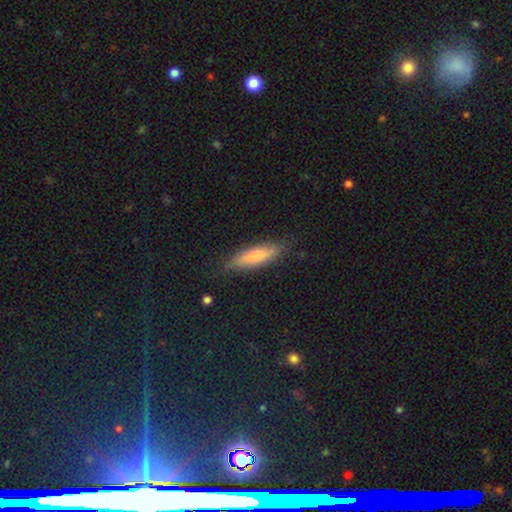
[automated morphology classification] smooth-or-featured: smooth: 72% | featured or disk: 21% | star or artifact: 6%
  how-rounded: cigar-shaped: 63% | in between: 35% | round: 2%
  merging: none: 78% | minor disturbance: 17% | major disturbance: 4% | merger: 1%